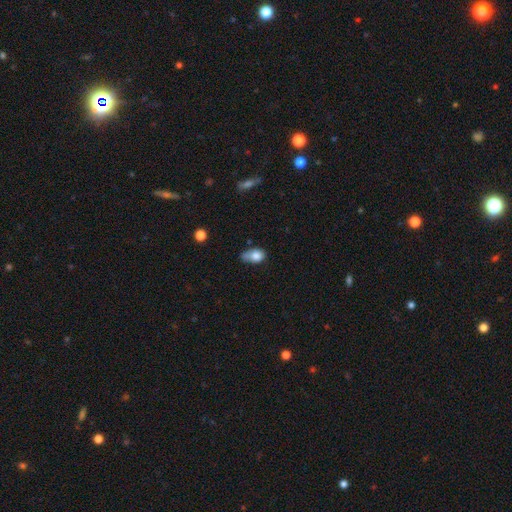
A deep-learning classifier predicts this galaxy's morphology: Overall: smooth (79%). How rounded: in between (77%). Merging: minor disturbance (42%; none 32%).